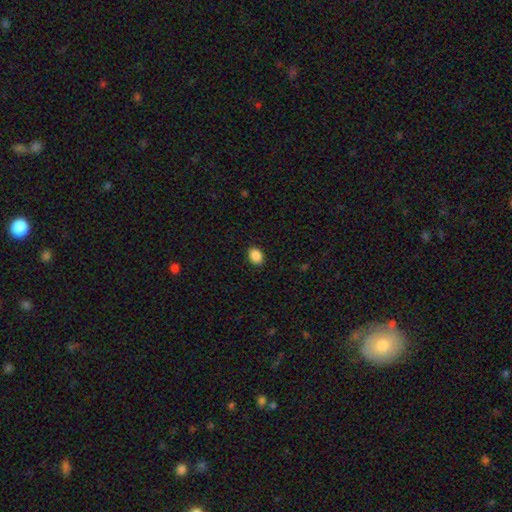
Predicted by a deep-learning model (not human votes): Q: Smooth or featured?
A: smooth (89%); runner-up: star or artifact (8%)
Q: How rounded?
A: in between (62%); runner-up: round (37%)
Q: Merging?
A: none (90%); runner-up: minor disturbance (7%)